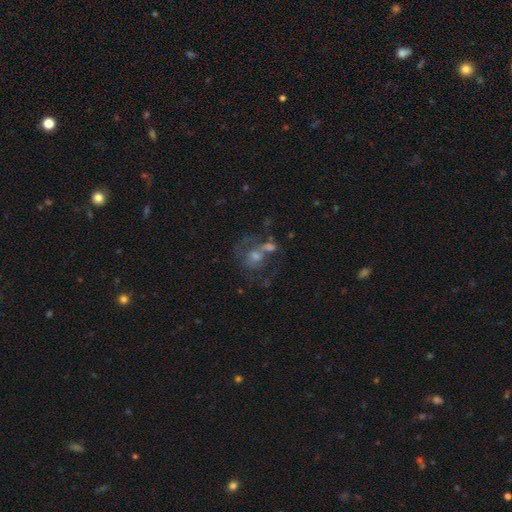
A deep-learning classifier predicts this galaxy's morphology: Smooth or featured?
  - featured or disk: 53% *
  - smooth: 27%
  - star or artifact: 20%
Edge-on disk?
  - no: 97% *
  - yes: 3%
Bar?
  - no: 77% *
  - weak: 19%
  - strong: 4%
Spiral arms?
  - no: 53% *
  - yes: 47%
Bulge size?
  - moderate: 51% *
  - small: 29%
  - none: 10%
  - large: 8%
  - dominant: 2%
Merging?
  - merger: 36% *
  - none: 34%
  - major disturbance: 17%
  - minor disturbance: 13%